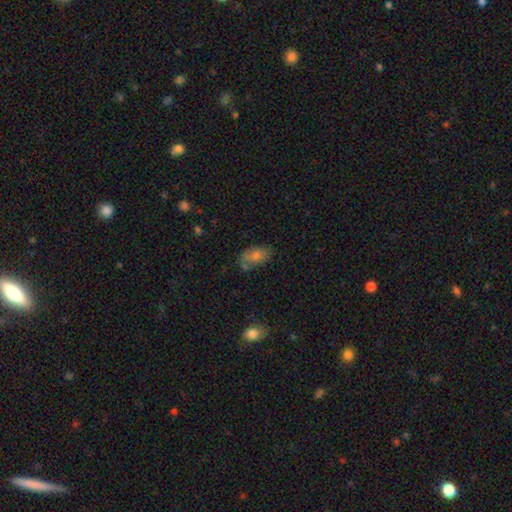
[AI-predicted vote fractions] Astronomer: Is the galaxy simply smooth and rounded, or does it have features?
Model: smooth — 66%.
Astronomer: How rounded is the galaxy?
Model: in between — 87%.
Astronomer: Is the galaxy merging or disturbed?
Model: none — 61%.